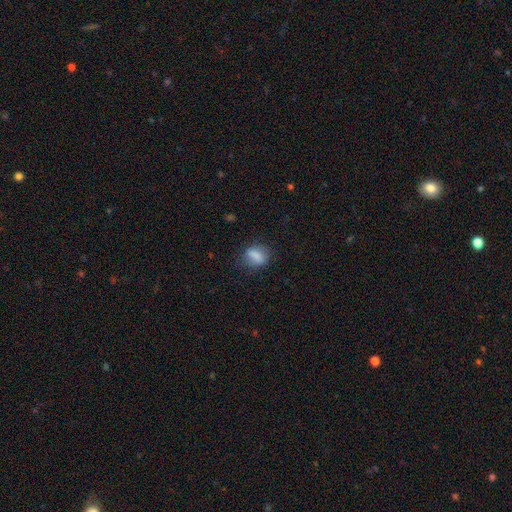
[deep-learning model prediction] smooth-or-featured: smooth: 77% | featured or disk: 14% | star or artifact: 9%
  how-rounded: in between: 62% | round: 30% | cigar-shaped: 8%
  merging: none: 74% | minor disturbance: 18% | major disturbance: 7% | merger: 2%